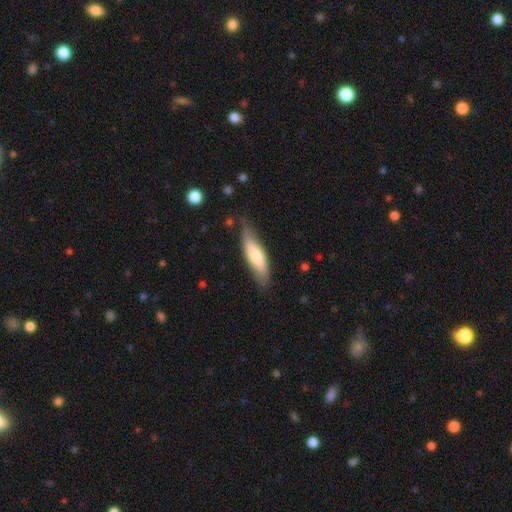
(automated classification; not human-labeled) A smooth galaxy with no disk features (64%) that is cigar-shaped (61%). Merging: none (74%).